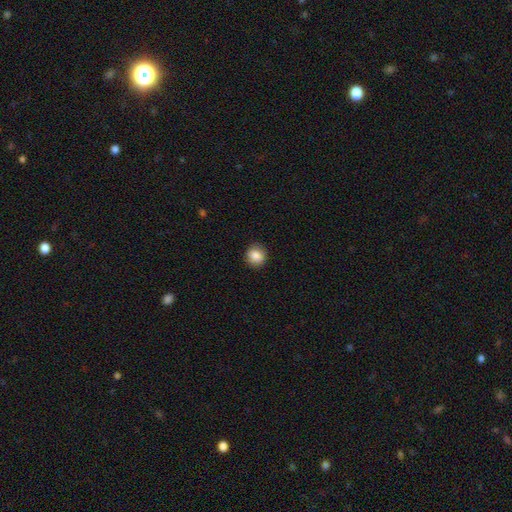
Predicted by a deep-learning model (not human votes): Smooth or featured? smooth (86%)
How rounded? round (87%)
Merging? none (90%)